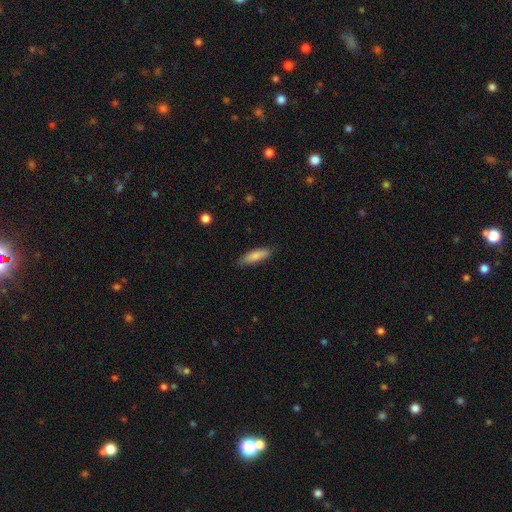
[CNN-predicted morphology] Smooth or featured: smooth — 84% (featured or disk — 10%)
How rounded: cigar-shaped — 53% (in between — 45%)
Merging: none — 83% (minor disturbance — 14%)